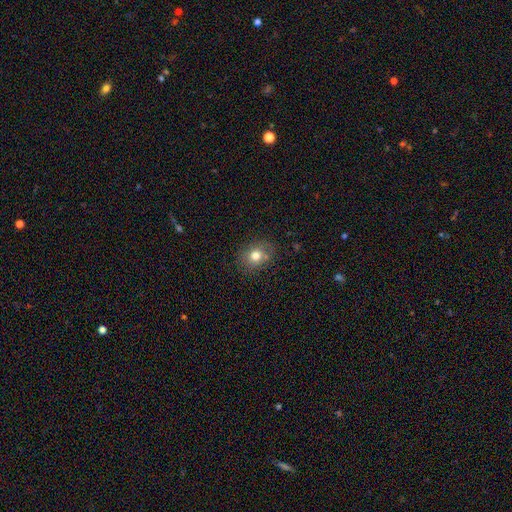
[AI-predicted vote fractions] Q: Smooth or featured?
A: smooth (76%); runner-up: star or artifact (13%)
Q: How rounded?
A: round (59%); runner-up: in between (40%)
Q: Merging?
A: none (79%); runner-up: minor disturbance (14%)